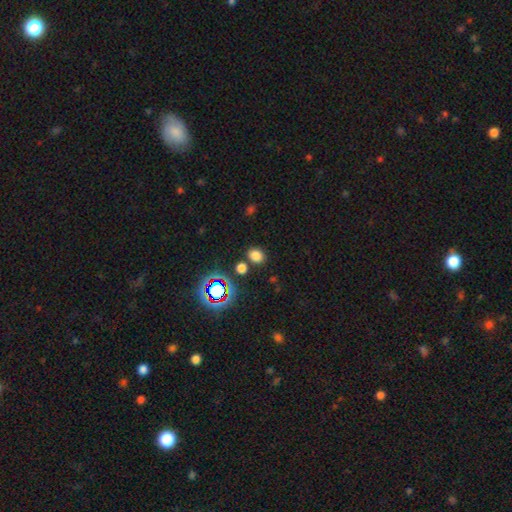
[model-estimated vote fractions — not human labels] Smooth or featured? Predicted: smooth (p=0.75). How rounded? Predicted: round (p=0.50). Merging? Predicted: none (p=0.81).